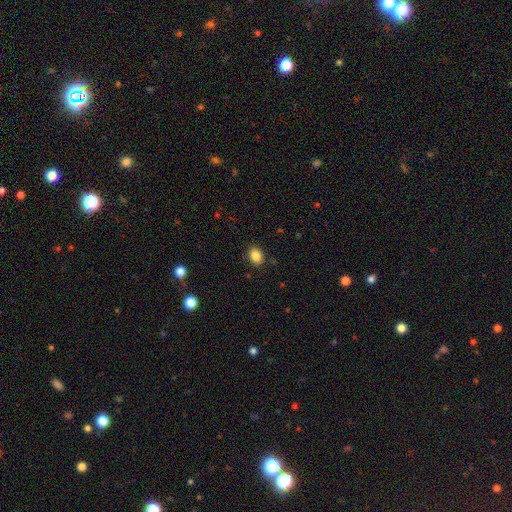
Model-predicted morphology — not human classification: Smooth or featured? smooth (85%)
How rounded? in between (64%)
Merging? none (87%)